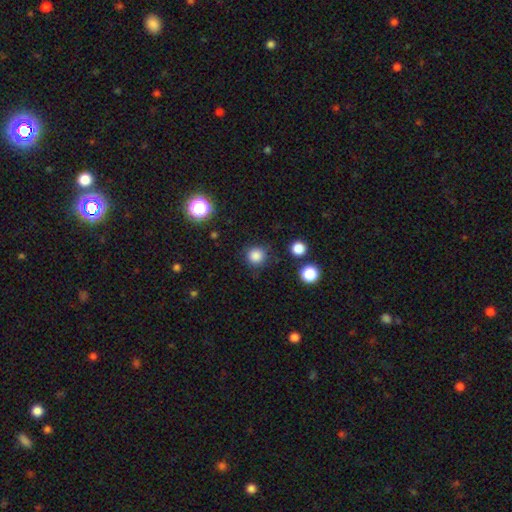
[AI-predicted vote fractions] This appears to be a smooth galaxy with no disk features (84%) that is round (93%). Merging: none (86%).